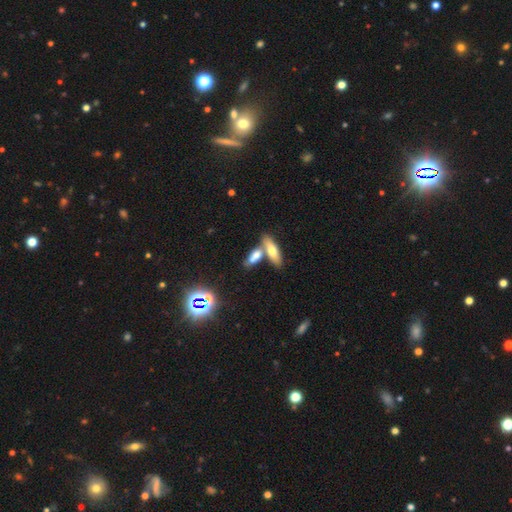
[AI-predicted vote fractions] Smooth or featured?
  - smooth: 67% *
  - featured or disk: 21%
  - star or artifact: 11%
How rounded?
  - in between: 61% *
  - cigar-shaped: 34%
  - round: 5%
Merging?
  - merger: 47% *
  - none: 41%
  - minor disturbance: 8%
  - major disturbance: 3%